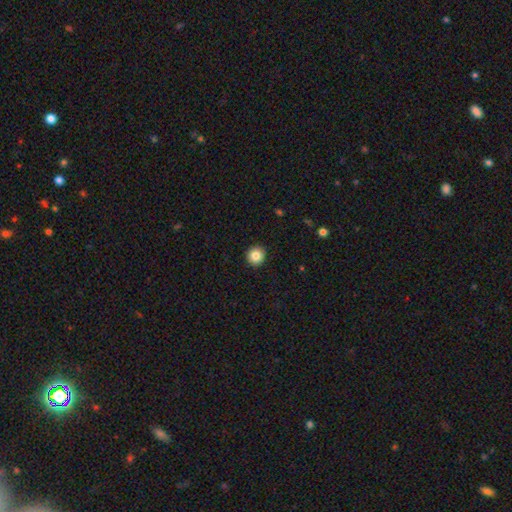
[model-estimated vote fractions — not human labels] This appears to be a smooth galaxy with no disk features (85%) that is round (93%). Merging: none (93%).